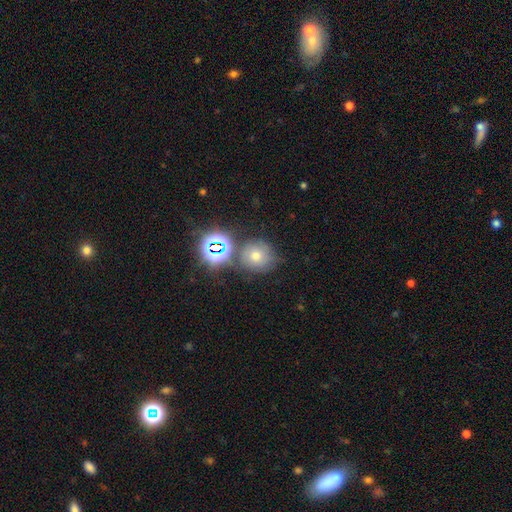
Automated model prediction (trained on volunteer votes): A smooth galaxy with no disk features (48%).

Vote fractions:
- Smooth or featured? smooth: 48% / star or artifact: 35% / featured or disk: 17%
- Merging? none: 69% / minor disturbance: 14% / merger: 12% / major disturbance: 5%